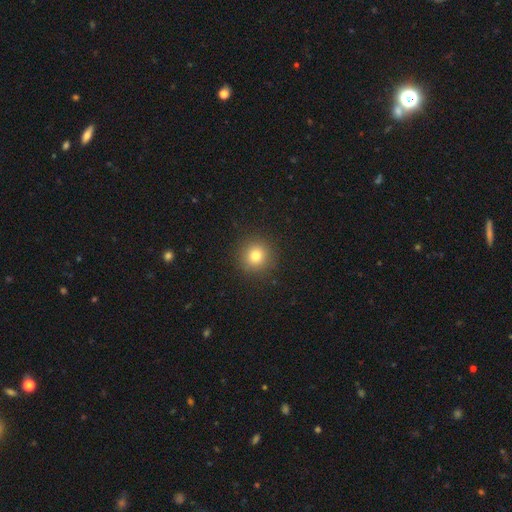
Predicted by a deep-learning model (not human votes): A smooth galaxy with no disk features (80%) that is round (94%). Merging: none (91%).